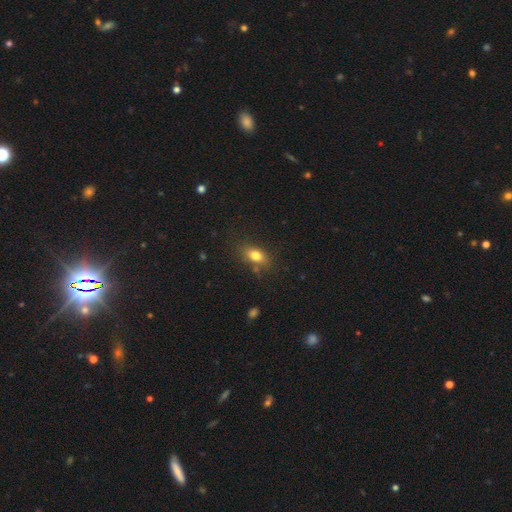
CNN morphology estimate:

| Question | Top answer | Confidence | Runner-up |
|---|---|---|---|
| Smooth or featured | smooth | 78% | featured or disk (11%) |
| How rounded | in between | 77% | round (18%) |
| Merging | none | 73% | minor disturbance (18%) |